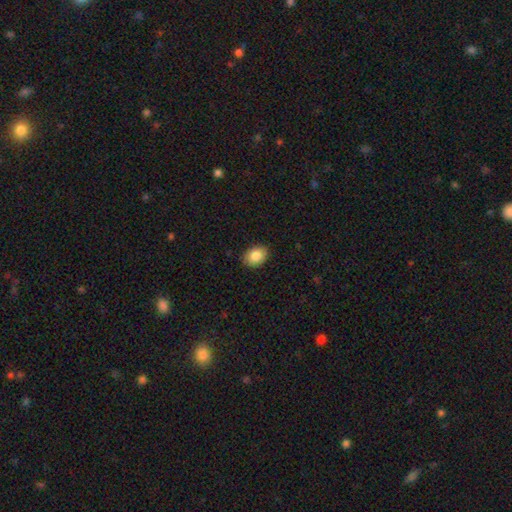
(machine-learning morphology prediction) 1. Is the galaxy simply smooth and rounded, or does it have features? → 86% smooth, 8% star or artifact, 6% featured or disk.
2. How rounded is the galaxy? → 69% in between, 30% round, 1% cigar-shaped.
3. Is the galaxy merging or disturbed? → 87% none, 10% minor disturbance, 2% major disturbance, 1% merger.